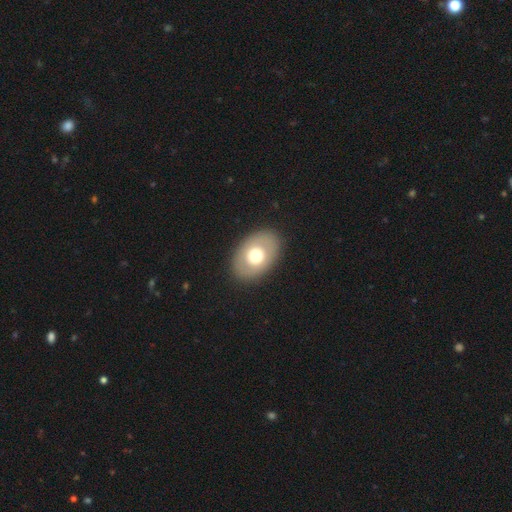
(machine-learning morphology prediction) smooth_or_featured: smooth (p=0.60) [alt: featured or disk p=0.33]
how_rounded: in between (p=0.78) [alt: round p=0.21]
merging: none (p=0.88) [alt: minor disturbance p=0.08]